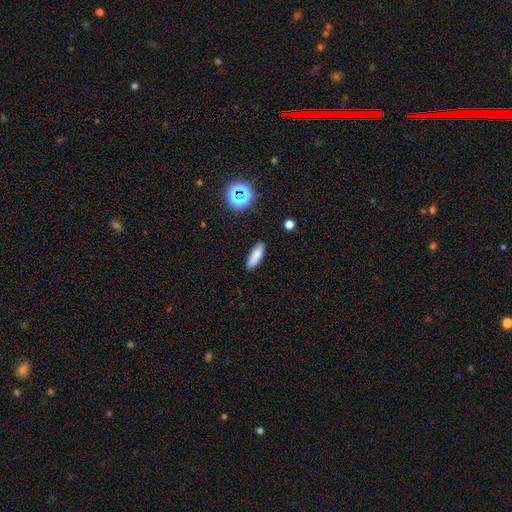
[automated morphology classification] A smooth galaxy with no disk features (83%) that is in between round and cigar-shaped (51%).

Vote fractions:
- Smooth or featured? smooth: 83% / star or artifact: 10% / featured or disk: 7%
- How rounded? in between: 51% / cigar-shaped: 47% / round: 2%
- Merging? none: 89% / minor disturbance: 8% / major disturbance: 2% / merger: 1%